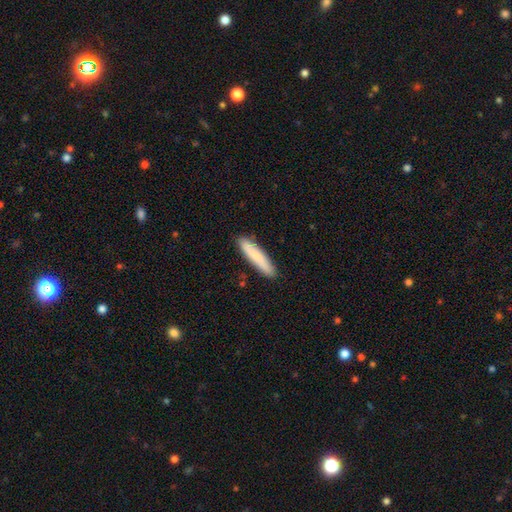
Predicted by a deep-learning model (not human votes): Morphology: type=smooth (81%); roundness=cigar-shaped (88%); merging=none (89%).